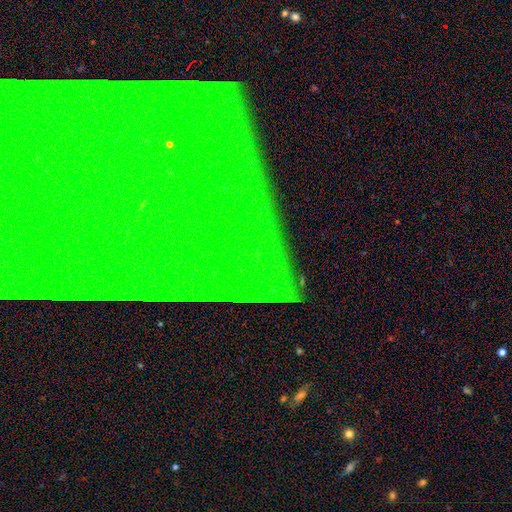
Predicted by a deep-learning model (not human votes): This is clearly a star or artifact rather than a galaxy (83%).